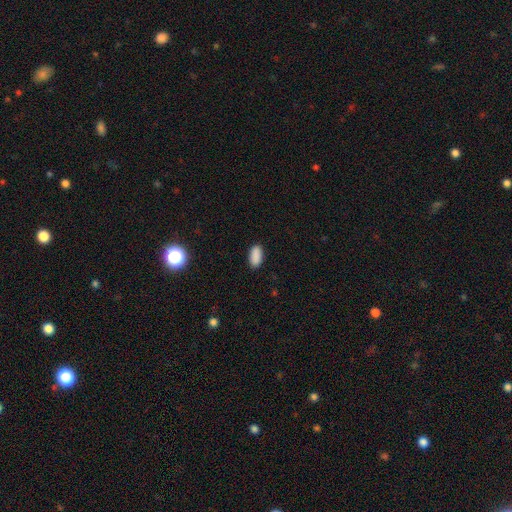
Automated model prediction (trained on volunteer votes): A smooth galaxy with no disk features (89%) that is in between round and cigar-shaped (93%).

Vote fractions:
- Smooth or featured? smooth: 89% / star or artifact: 8% / featured or disk: 3%
- How rounded? in between: 93% / cigar-shaped: 4% / round: 3%
- Merging? none: 89% / minor disturbance: 8% / major disturbance: 2% / merger: 1%